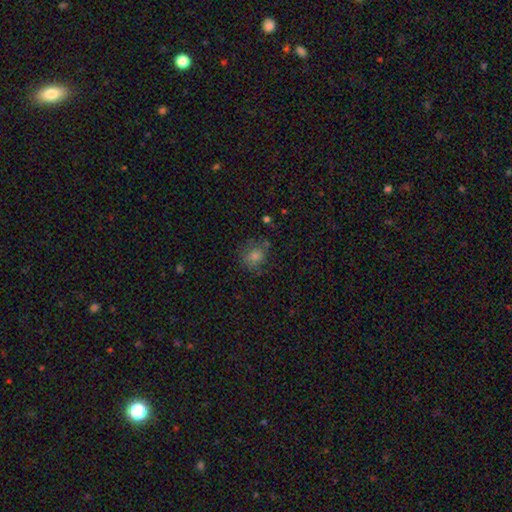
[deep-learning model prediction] Q: Smooth or featured?
A: smooth (66%); runner-up: star or artifact (20%)
Q: How rounded?
A: round (71%); runner-up: in between (28%)
Q: Merging?
A: none (69%); runner-up: minor disturbance (19%)